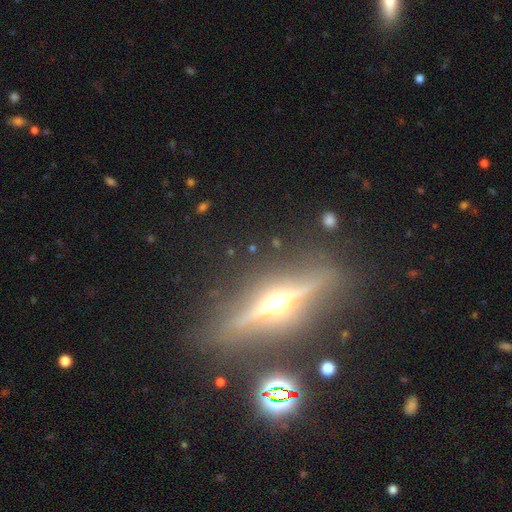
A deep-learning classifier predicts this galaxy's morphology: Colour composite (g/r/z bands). It shows a featured or disk galaxy (82%) viewed edge-on (96%) with a rounded central bulge (95%). Merging: none (85%).